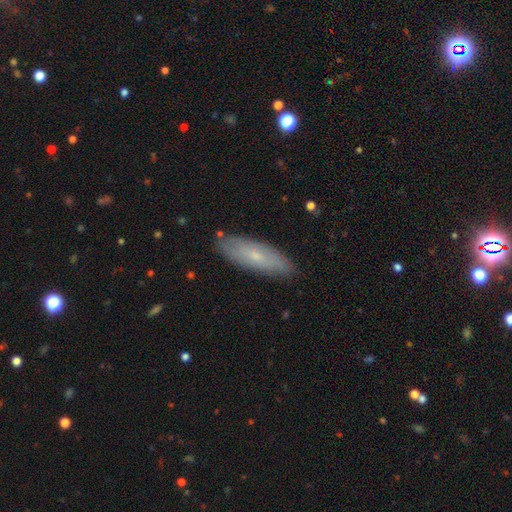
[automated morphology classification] smooth_or_featured: smooth (p=0.56) [alt: featured or disk p=0.37]
how_rounded: in between (p=0.52) [alt: cigar-shaped p=0.46]
merging: none (p=0.85) [alt: minor disturbance p=0.12]